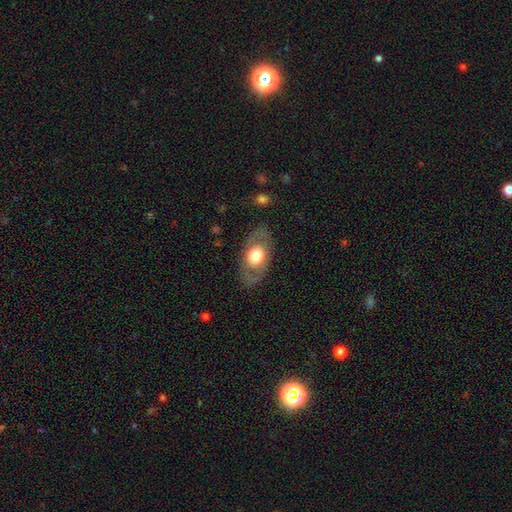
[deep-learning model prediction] smooth-or-featured: smooth: 49% | featured or disk: 46% | star or artifact: 5%
  merging: none: 82% | minor disturbance: 11% | major disturbance: 6% | merger: 1%